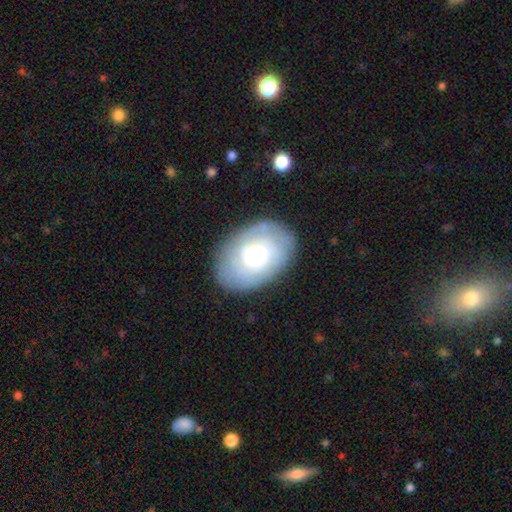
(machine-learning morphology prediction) A featured or disk galaxy (52%).

Vote fractions:
- Smooth or featured? featured or disk: 52% / smooth: 41% / star or artifact: 7%
- Edge-on disk? no: 95% / yes: 5%
- Merging? none: 81% / minor disturbance: 13% / major disturbance: 4% / merger: 1%